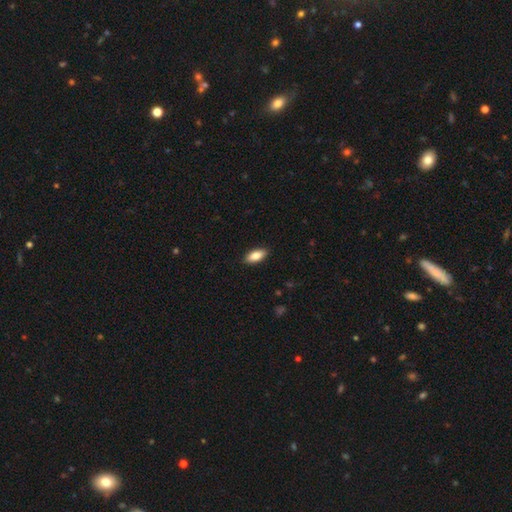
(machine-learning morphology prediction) This appears to be a smooth galaxy with no disk features (85%) that is in between round and cigar-shaped (86%). Merging: none (89%).